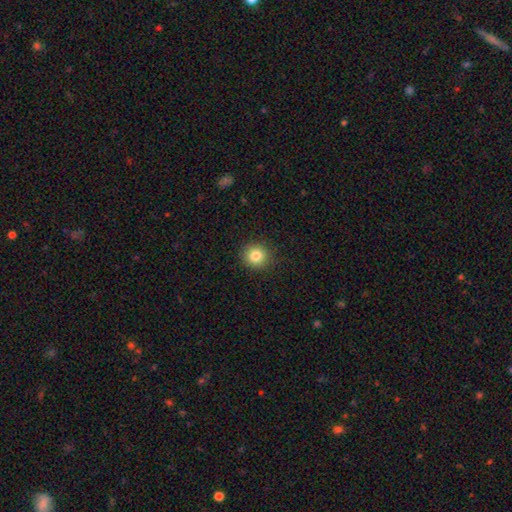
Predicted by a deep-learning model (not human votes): Morphology: type=smooth (83%); roundness=round (89%); merging=none (91%).